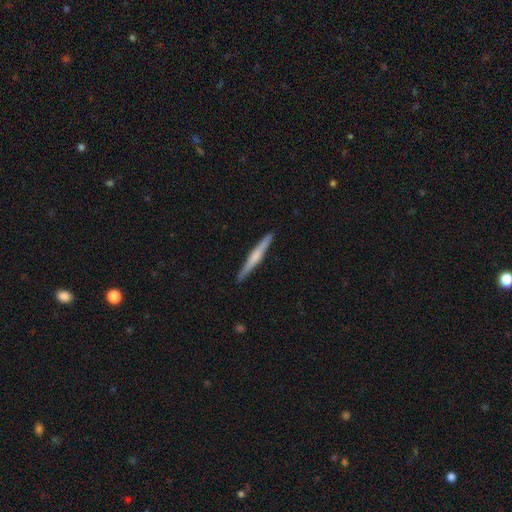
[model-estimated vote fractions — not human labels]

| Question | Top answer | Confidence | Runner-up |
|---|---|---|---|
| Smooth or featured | featured or disk | 54% | smooth (41%) |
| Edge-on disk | yes | 97% | no (3%) |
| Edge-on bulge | rounded | 53% | none (30%) |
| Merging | none | 91% | minor disturbance (6%) |